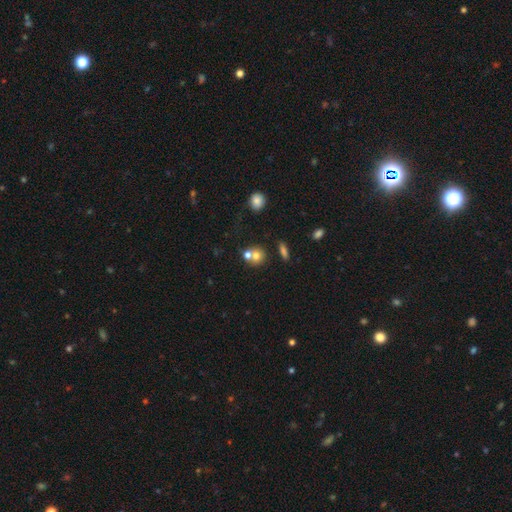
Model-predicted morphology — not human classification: Smooth or featured? smooth (69%)
How rounded? round (79%)
Merging? none (45%)